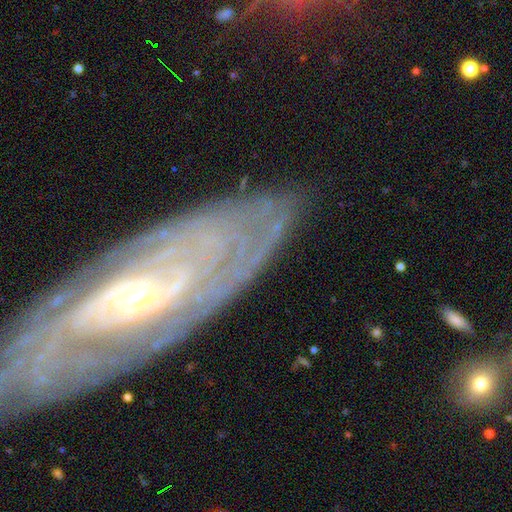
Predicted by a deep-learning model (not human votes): Smooth or featured? featured or disk (83%)
Edge-on disk? no (83%)
Bar? no (61%)
Spiral arms? yes (90%)
Spiral winding? tight (74%)
Spiral arm count? can't tell (46%)
Bulge size? small (70%)
Merging? none (80%)